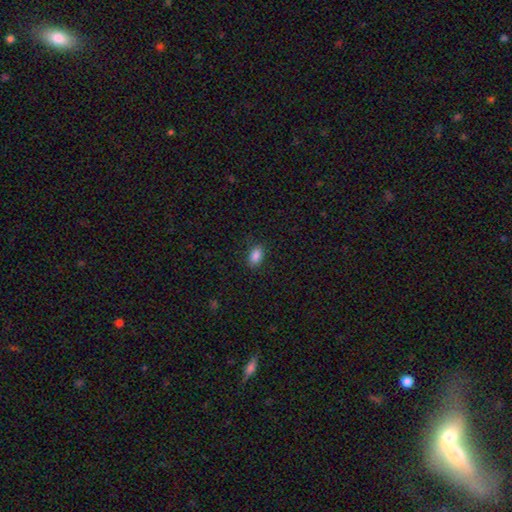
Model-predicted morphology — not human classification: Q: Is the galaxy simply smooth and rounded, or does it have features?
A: smooth — 87%.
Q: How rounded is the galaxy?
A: in between — 90%.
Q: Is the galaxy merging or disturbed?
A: none — 86%.